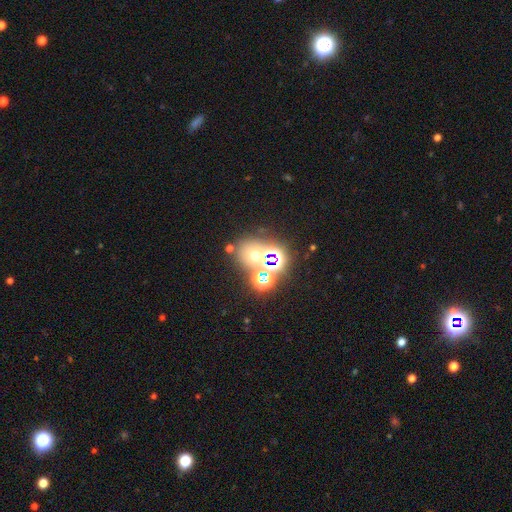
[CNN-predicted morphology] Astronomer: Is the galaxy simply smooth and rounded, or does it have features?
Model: smooth — 44% (runner-up: star or artifact, 42%).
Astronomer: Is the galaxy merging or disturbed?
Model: none — 57%.